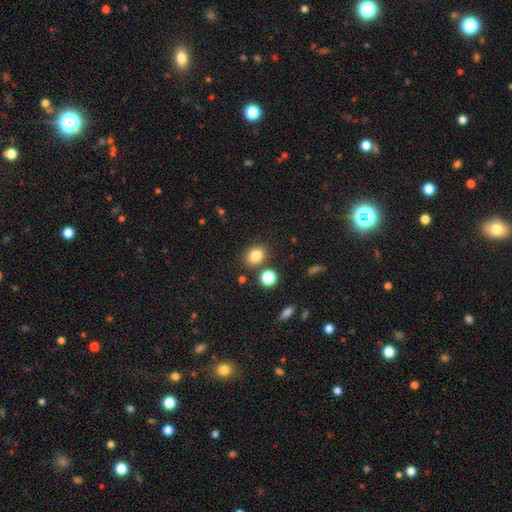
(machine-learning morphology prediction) type=smooth (82%); roundness=in between (55%); merging=none (78%).